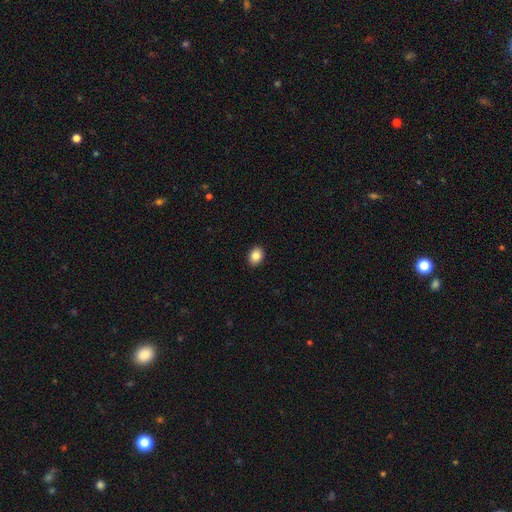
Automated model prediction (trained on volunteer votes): A smooth galaxy with no disk features (86%) that is in between round and cigar-shaped (70%). Merging: none (91%).